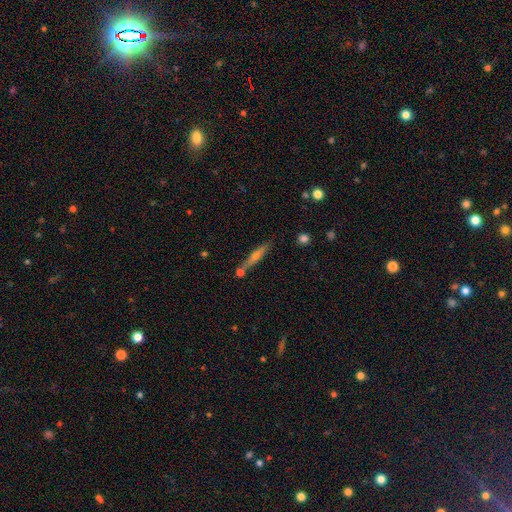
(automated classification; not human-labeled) Smooth or featured? Predicted: featured or disk (p=0.51). Edge-on disk? Predicted: yes (p=0.90). Merging? Predicted: none (p=0.77).